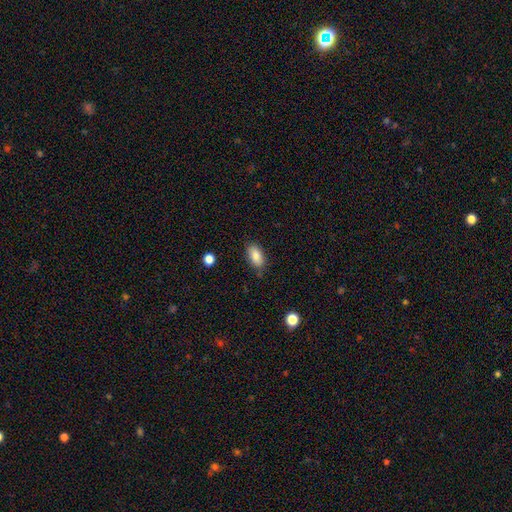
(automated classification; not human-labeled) Morphology: type=smooth (84%); roundness=in between (92%); merging=none (78%).